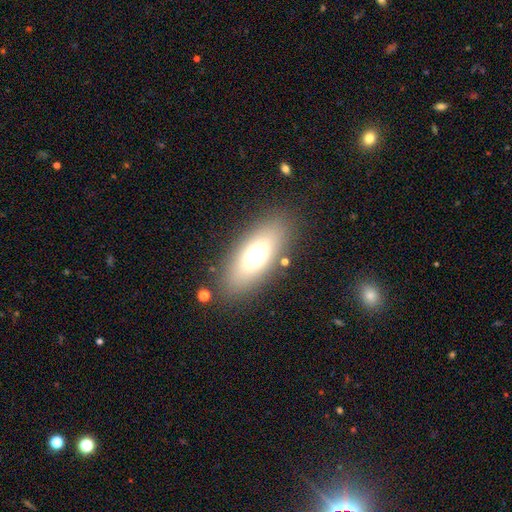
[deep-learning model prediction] Smooth or featured? smooth (66%)
How rounded? in between (78%)
Merging? none (84%)